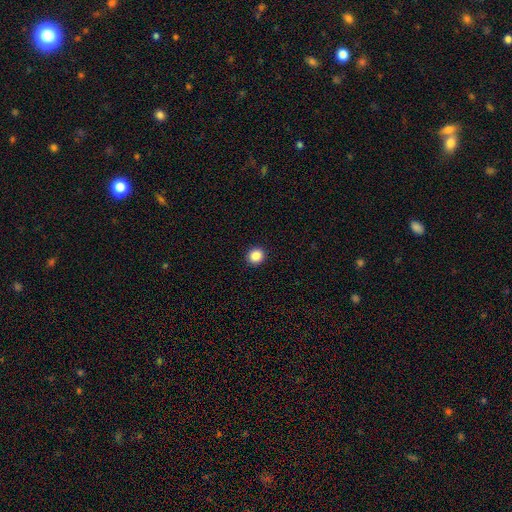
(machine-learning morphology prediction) The model was most divided on "smooth or featured": smooth: 88%, star or artifact: 10%, featured or disk: 3%. More confident: merging — none (93%); how rounded — round (90%).